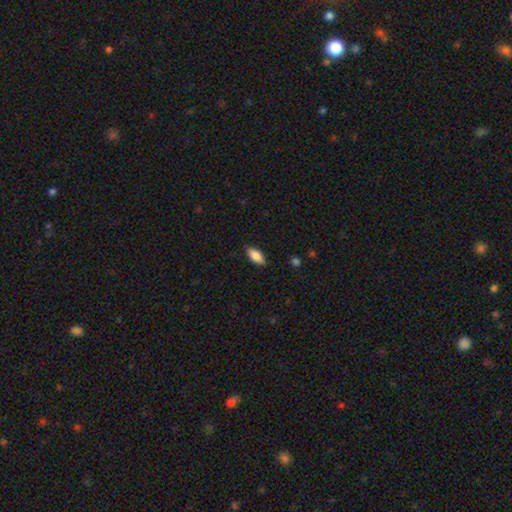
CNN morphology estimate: smooth 83%, featured or disk 10%, star or artifact 7%. Down the decision tree: how rounded — in between (86%); merging — none (84%).